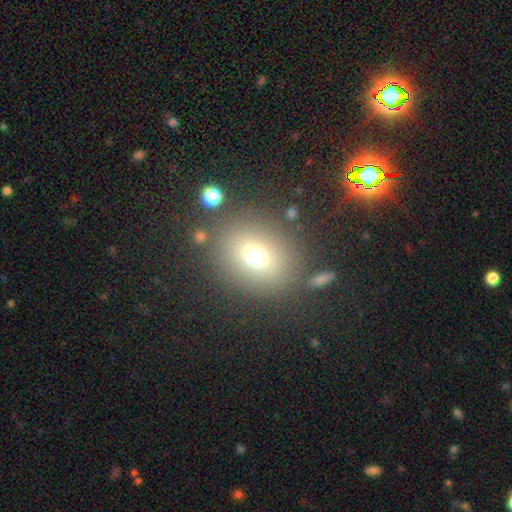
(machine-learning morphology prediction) This is likely a smooth galaxy (70%). How rounded: likely round (63%). Merging: likely none (79%).